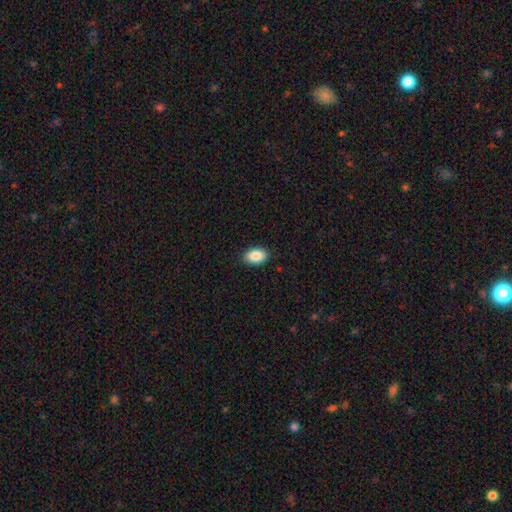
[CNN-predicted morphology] This is clearly a smooth galaxy (88%). How rounded: clearly in between (90%). Merging: clearly none (88%).